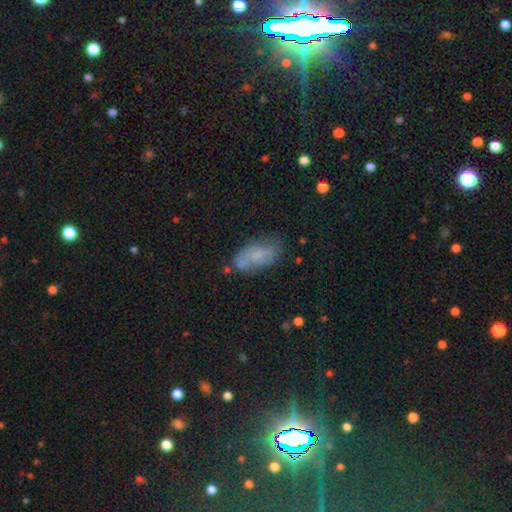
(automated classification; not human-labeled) This appears to be a smooth galaxy with no disk features (63%) that is in between round and cigar-shaped (88%). Merging: none (61%).